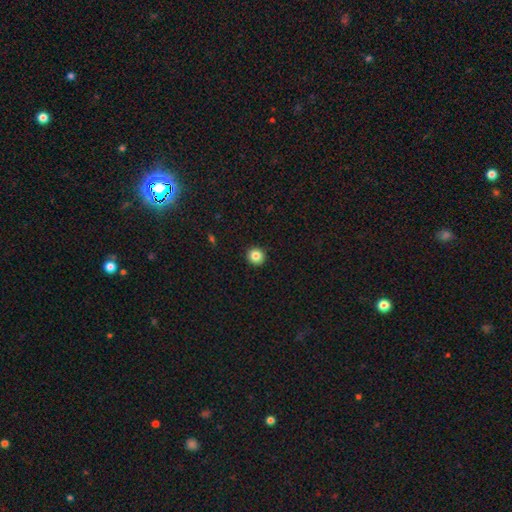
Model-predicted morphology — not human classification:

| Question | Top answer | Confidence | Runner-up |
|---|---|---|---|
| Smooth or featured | smooth | 85% | star or artifact (10%) |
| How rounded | round | 94% | in between (5%) |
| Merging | none | 93% | minor disturbance (4%) |